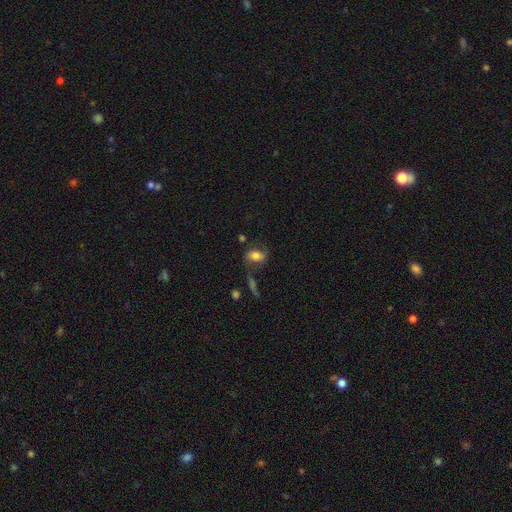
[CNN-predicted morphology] Smooth or featured? smooth (54%)
How rounded? in between (78%)
Merging? none (55%)